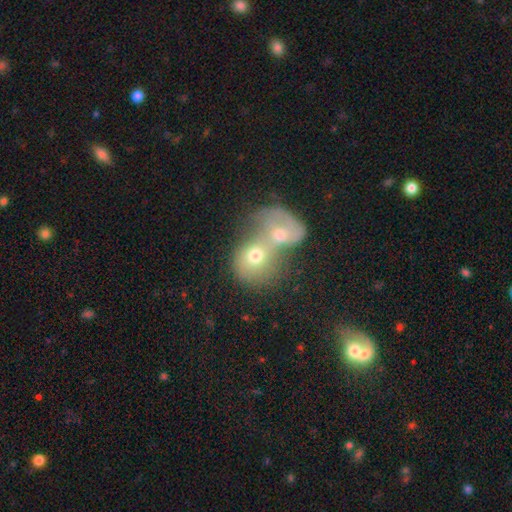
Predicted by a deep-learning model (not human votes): Smooth or featured: smooth — 58% (featured or disk — 32%)
How rounded: round — 65% (in between — 34%)
Merging: merger — 80% (none — 11%)